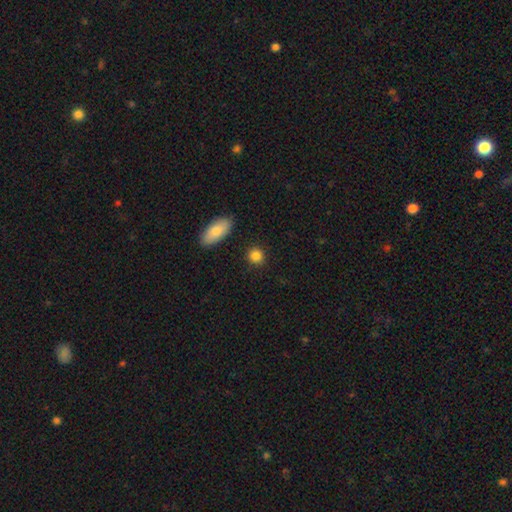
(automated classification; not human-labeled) Overall: smooth (86%). How rounded: round (80%). Merging: none (88%).